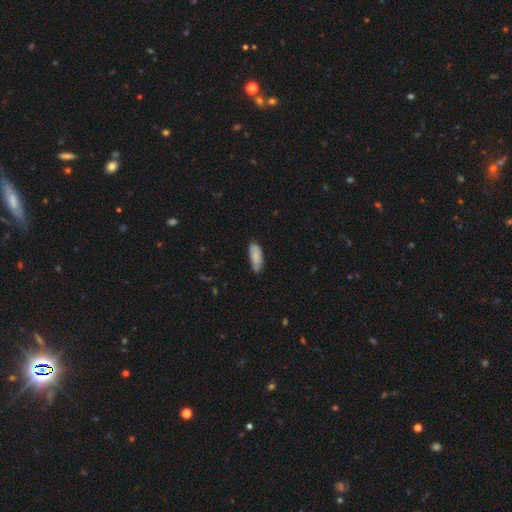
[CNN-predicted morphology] Smooth or featured: smooth — 83% (featured or disk — 11%)
How rounded: in between — 79% (cigar-shaped — 19%)
Merging: none — 67% (minor disturbance — 28%)